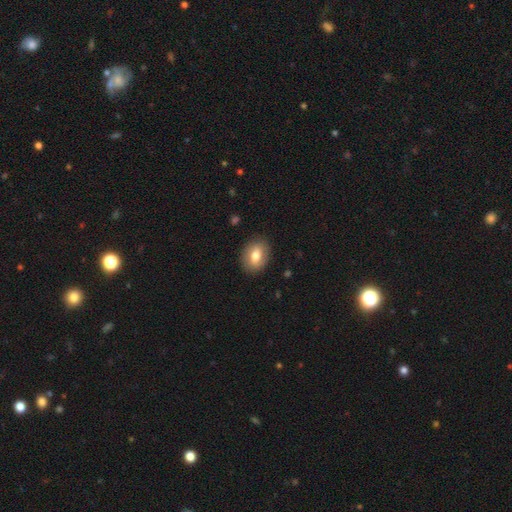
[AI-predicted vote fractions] This is likely a smooth galaxy (71%). How rounded: likely in between (72%). Merging: clearly none (86%).